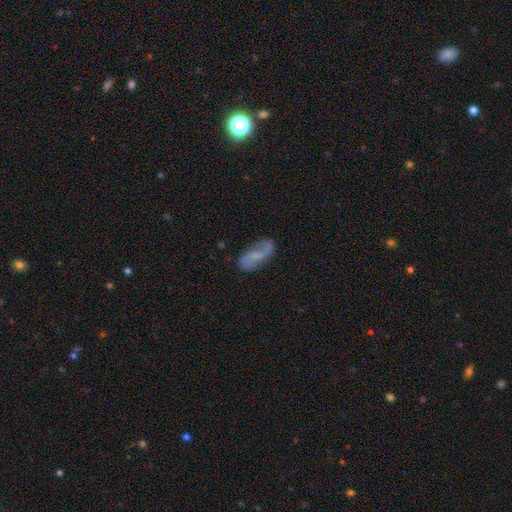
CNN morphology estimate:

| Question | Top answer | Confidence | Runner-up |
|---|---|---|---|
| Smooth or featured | featured or disk | 65% | smooth (27%) |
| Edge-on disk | no | 94% | yes (6%) |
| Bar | no | 45% | weak (40%) |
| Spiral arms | yes | 90% | no (10%) |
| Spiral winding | loose | 68% | medium (23%) |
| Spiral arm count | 2 | 86% | 1 (6%) |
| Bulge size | small | 52% | none (28%) |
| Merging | none | 71% | minor disturbance (19%) |